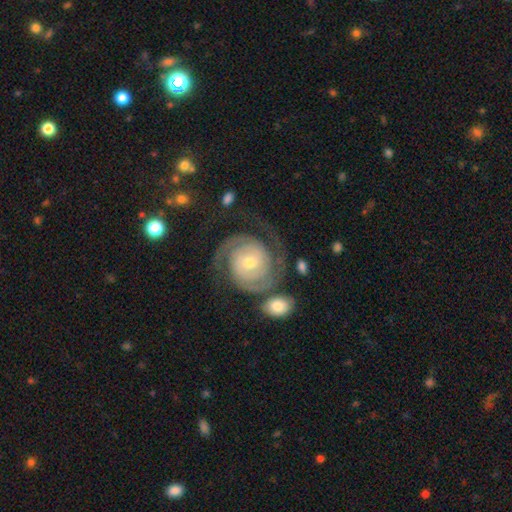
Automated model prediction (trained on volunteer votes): featured or disk 90%, smooth 5%, star or artifact 5%. Down the decision tree: edge-on disk — no (98%); bar — no (68%); spiral arms — yes (98%); spiral arm count — 2 (87%); spiral winding — tight (62%); bulge size — moderate (49%); merging — none (72%).